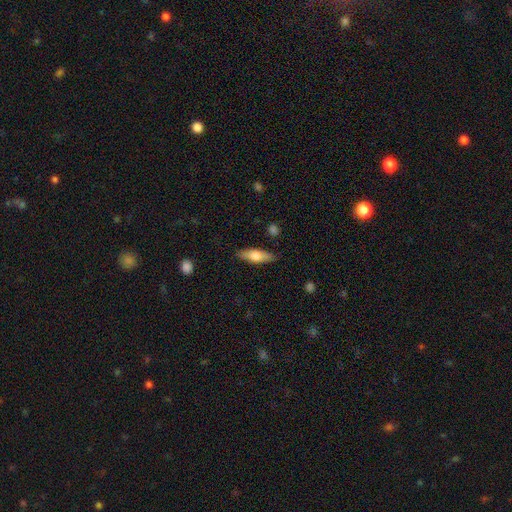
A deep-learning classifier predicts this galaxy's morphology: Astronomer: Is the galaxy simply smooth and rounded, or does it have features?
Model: smooth — 60%.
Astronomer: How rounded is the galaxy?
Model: cigar-shaped — 51% (runner-up: in between, 46%).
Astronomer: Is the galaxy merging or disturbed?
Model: none — 86%.